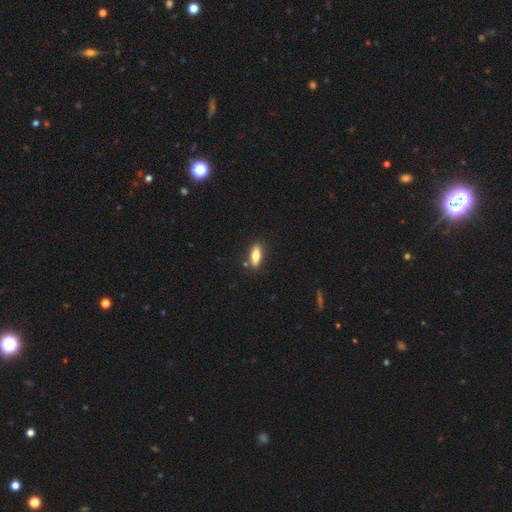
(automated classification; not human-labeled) This is likely a smooth galaxy (74%). How rounded: likely in between (68%). Merging: clearly none (85%).